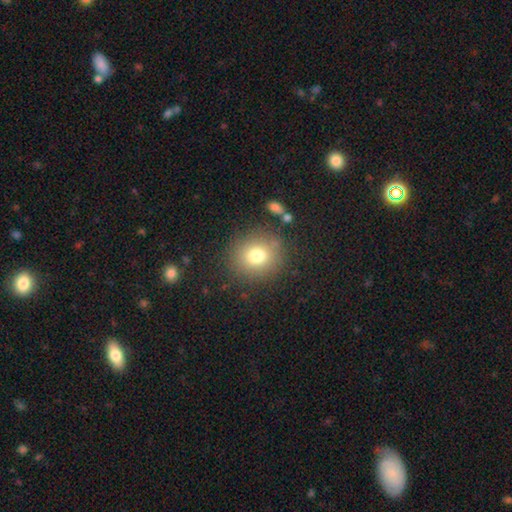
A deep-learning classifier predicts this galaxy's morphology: Smooth or featured: smooth — 77% (star or artifact — 13%)
How rounded: round — 85% (in between — 15%)
Merging: none — 84% (minor disturbance — 9%)